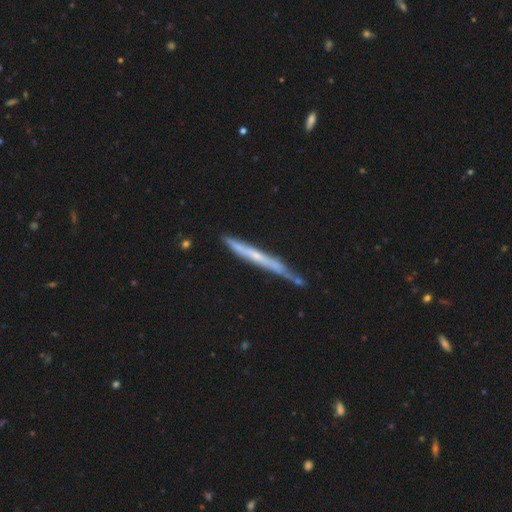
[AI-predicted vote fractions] The model was most divided on "smooth or featured": featured or disk: 60%, smooth: 33%, star or artifact: 7%. More confident: edge-on disk — yes (94%); edge-on bulge — none (71%); merging — none (70%).